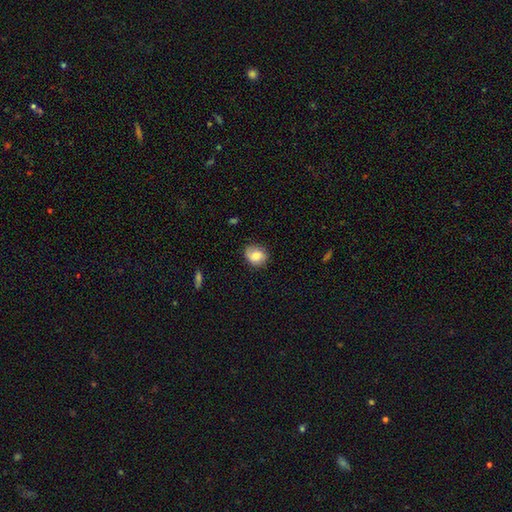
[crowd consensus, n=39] Overall: smooth (59%; featured or disk 31%). How rounded: round (83%). Merging: none (74%).